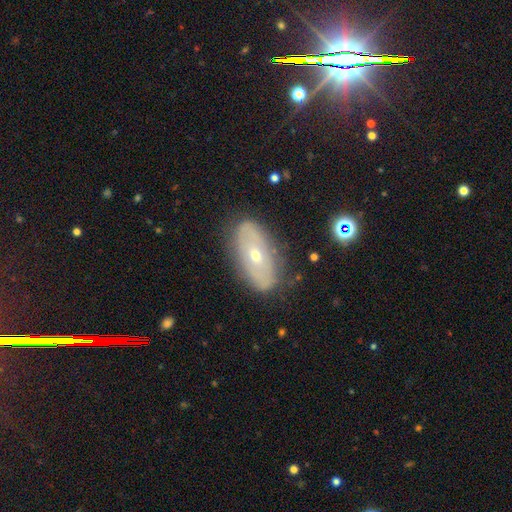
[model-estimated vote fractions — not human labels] smooth-or-featured: featured or disk: 56% | smooth: 35% | star or artifact: 8%
  disk-edge-on: no: 85% | yes: 15%
  merging: none: 79% | minor disturbance: 15% | major disturbance: 4% | merger: 1%